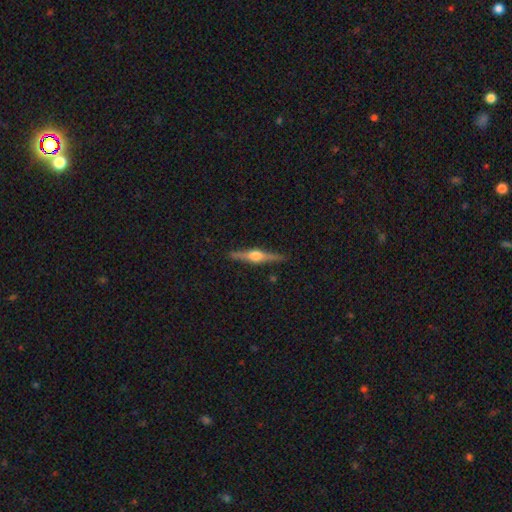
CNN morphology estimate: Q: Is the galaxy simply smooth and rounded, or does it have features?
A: featured or disk — 77%.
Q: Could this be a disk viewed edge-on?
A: yes — 98%.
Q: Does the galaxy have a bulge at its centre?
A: rounded — 94%.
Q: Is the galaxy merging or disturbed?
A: none — 91%.